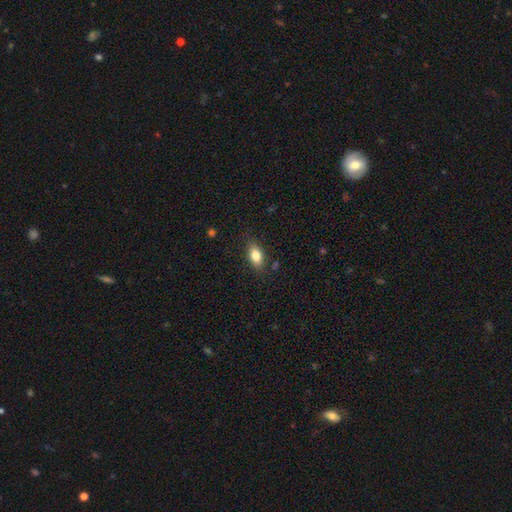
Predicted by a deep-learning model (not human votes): Smooth or featured? Predicted: smooth (p=0.81). How rounded? Predicted: in between (p=0.87). Merging? Predicted: none (p=0.82).